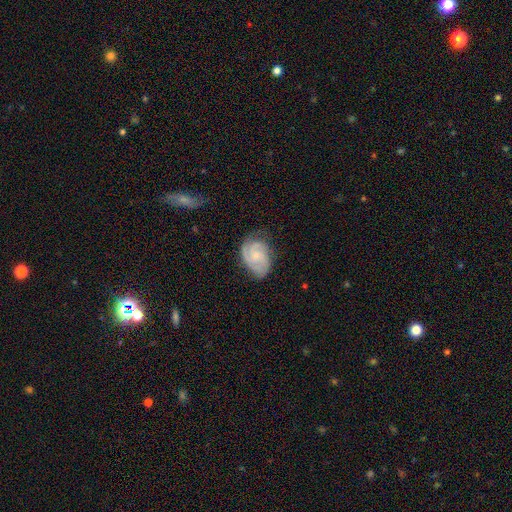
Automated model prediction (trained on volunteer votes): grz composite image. It shows a featured or disk galaxy (78%) with no bar (68%), 2 (39%) tight (54%) spiral arms (96%) and a small central bulge (62%). Merging: none (65%).